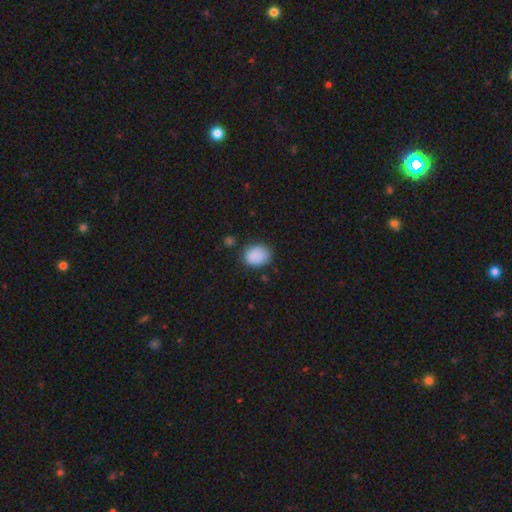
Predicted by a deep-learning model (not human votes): smooth_or_featured: smooth (p=0.88) [alt: star or artifact p=0.08]
how_rounded: in between (p=0.59) [alt: round p=0.40]
merging: none (p=0.76) [alt: minor disturbance p=0.18]